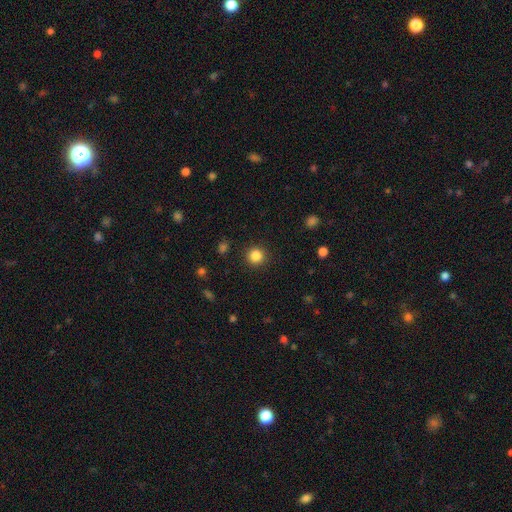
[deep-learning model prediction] Q: Smooth or featured?
A: smooth (85%); runner-up: star or artifact (11%)
Q: How rounded?
A: round (94%); runner-up: in between (5%)
Q: Merging?
A: none (91%); runner-up: minor disturbance (6%)